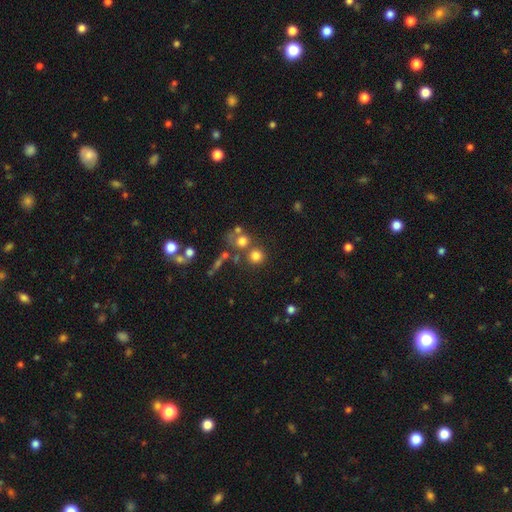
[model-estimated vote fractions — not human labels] A smooth galaxy with no disk features (74%) that is round (90%). Merging: none (63%).